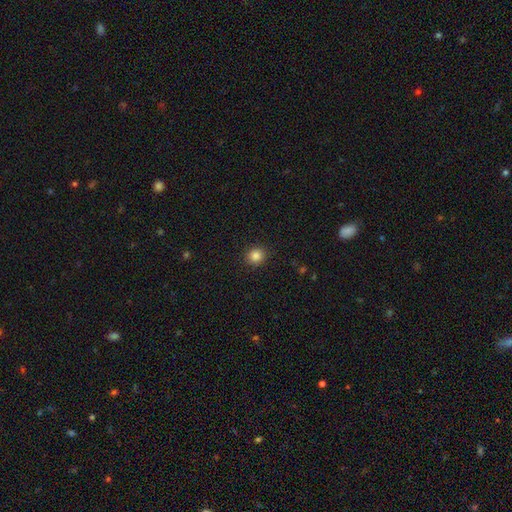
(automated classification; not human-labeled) A smooth galaxy with no disk features (85%) that is round (89%).

Vote fractions:
- Smooth or featured? smooth: 85% / star or artifact: 11% / featured or disk: 4%
- How rounded? round: 89% / in between: 10% / cigar-shaped: 1%
- Merging? none: 91% / minor disturbance: 6% / major disturbance: 2% / merger: 1%